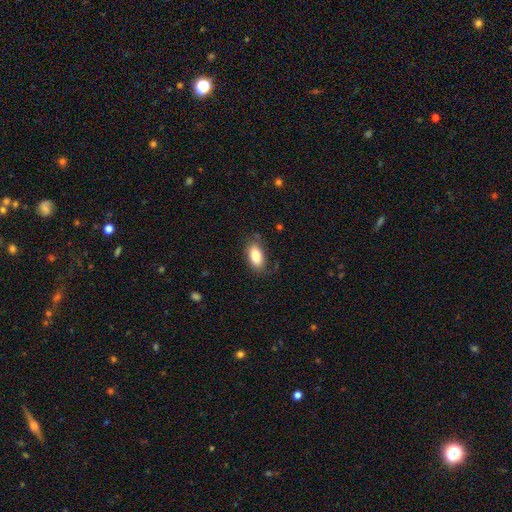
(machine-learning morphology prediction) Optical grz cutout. It shows a smooth galaxy with no disk features (82%) that is in between round and cigar-shaped (91%). Merging: none (76%).